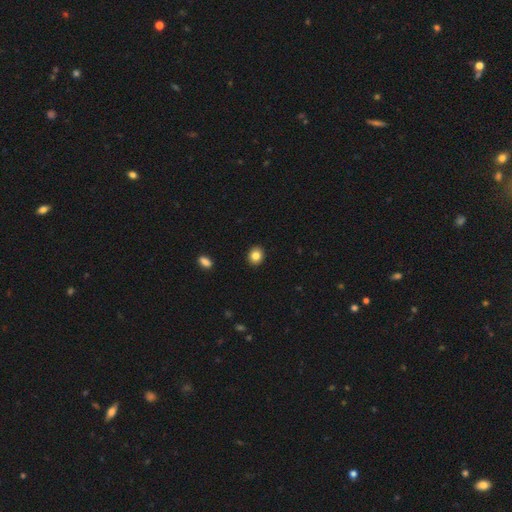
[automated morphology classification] This appears to be a smooth galaxy with no disk features (83%) that is round (66%). Merging: none (92%).